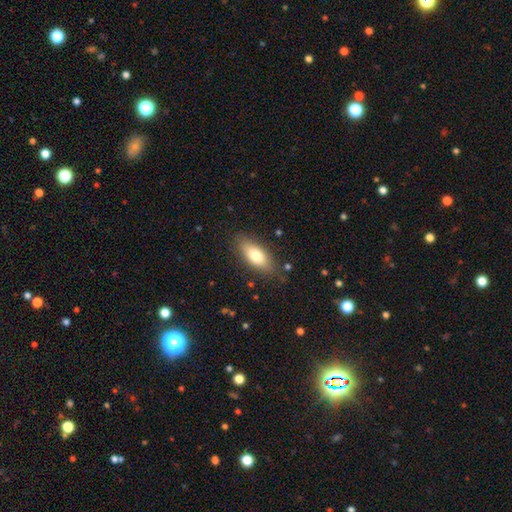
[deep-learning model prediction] Smooth or featured? Predicted: smooth (p=0.76). How rounded? Predicted: in between (p=0.79). Merging? Predicted: none (p=0.82).